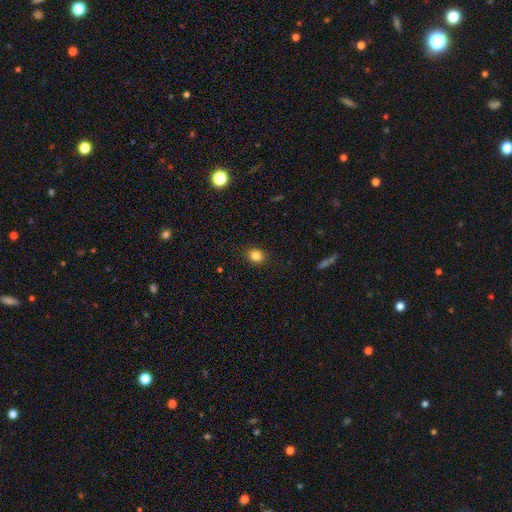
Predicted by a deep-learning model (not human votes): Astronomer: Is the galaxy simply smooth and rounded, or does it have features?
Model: smooth — 84%.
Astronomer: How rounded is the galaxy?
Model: round — 66%.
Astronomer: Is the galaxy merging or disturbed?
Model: none — 90%.